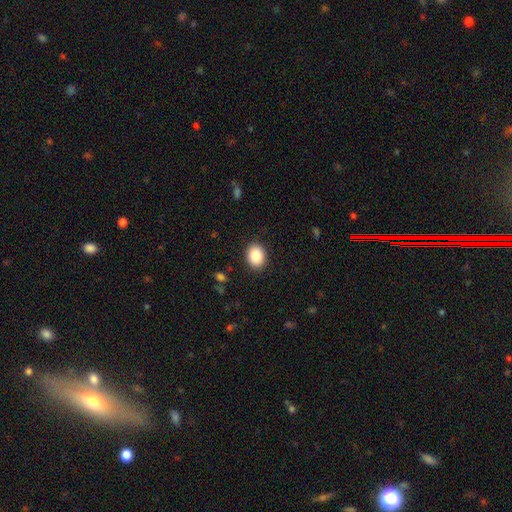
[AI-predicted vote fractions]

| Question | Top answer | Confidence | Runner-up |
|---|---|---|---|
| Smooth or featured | smooth | 87% | star or artifact (8%) |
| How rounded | in between | 54% | round (45%) |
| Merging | none | 90% | minor disturbance (7%) |